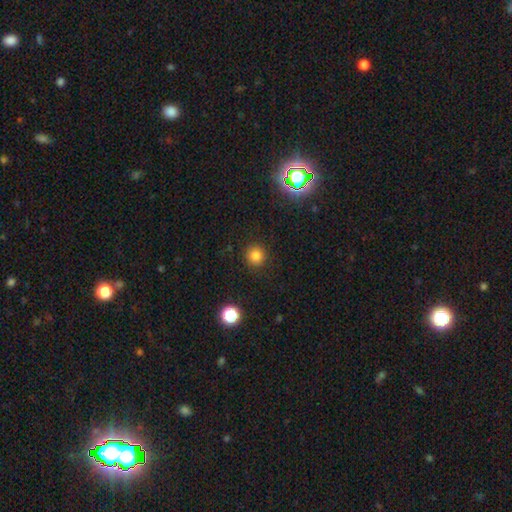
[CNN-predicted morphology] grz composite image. It shows a smooth galaxy with no disk features (81%) that is round (92%). Merging: none (90%).